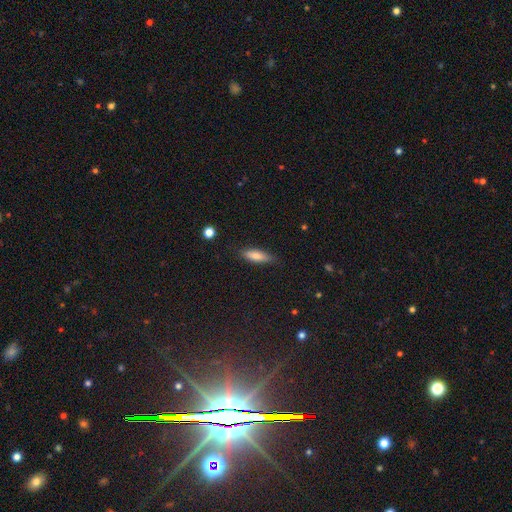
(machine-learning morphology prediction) A smooth galaxy with no disk features (76%) that is cigar-shaped (52%). Merging: none (82%).